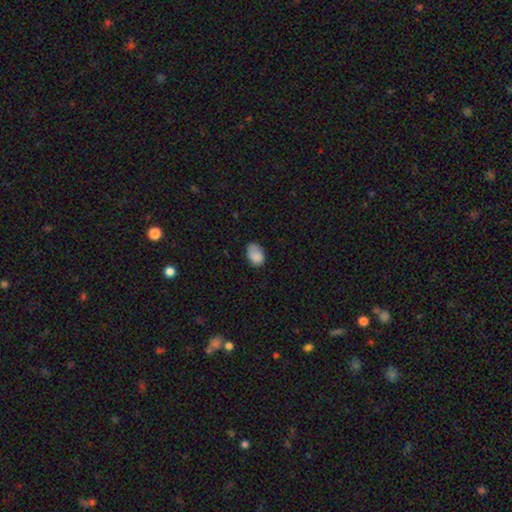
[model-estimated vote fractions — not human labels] Morphology: type=smooth (85%); roundness=in between (81%); merging=none (66%).